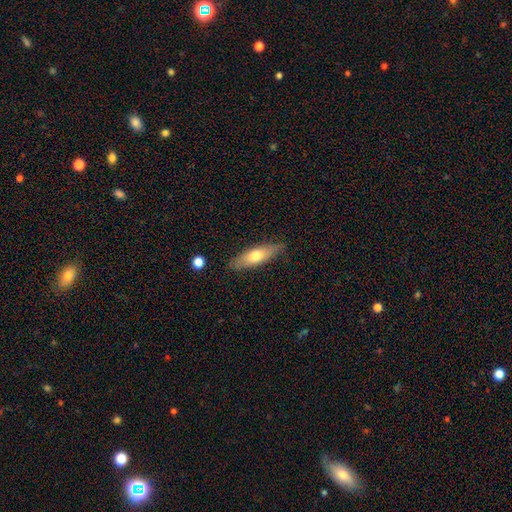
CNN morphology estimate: The model was most divided on "how rounded": cigar-shaped: 53%, in between: 44%, round: 2%. More confident: merging — none (83%); smooth or featured — smooth (62%).